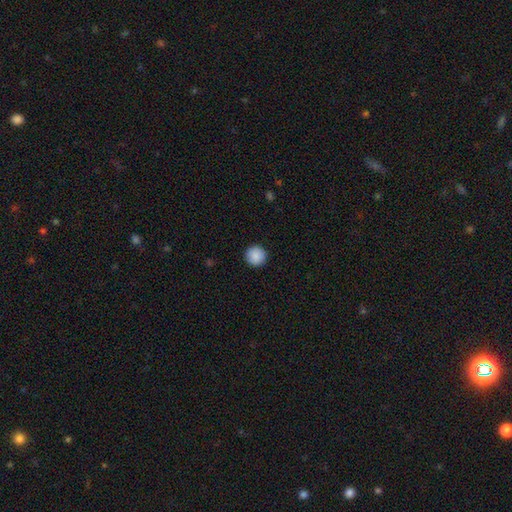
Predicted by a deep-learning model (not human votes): Morphology: type=smooth (89%); roundness=round (96%); merging=none (93%).